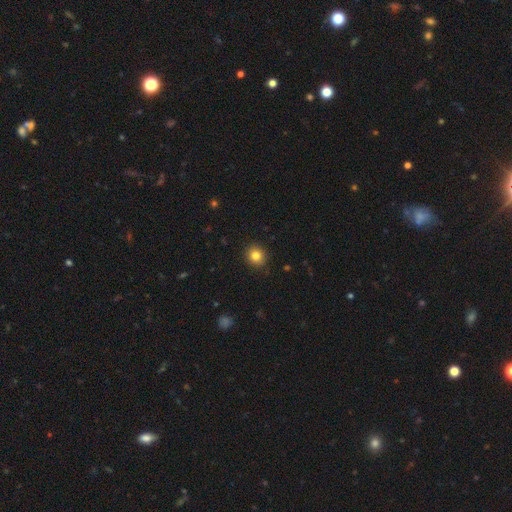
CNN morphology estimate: smooth-or-featured: smooth: 83% | star or artifact: 11% | featured or disk: 6%
  how-rounded: round: 86% | in between: 13% | cigar-shaped: 1%
  merging: none: 91% | minor disturbance: 6% | major disturbance: 2% | merger: 1%